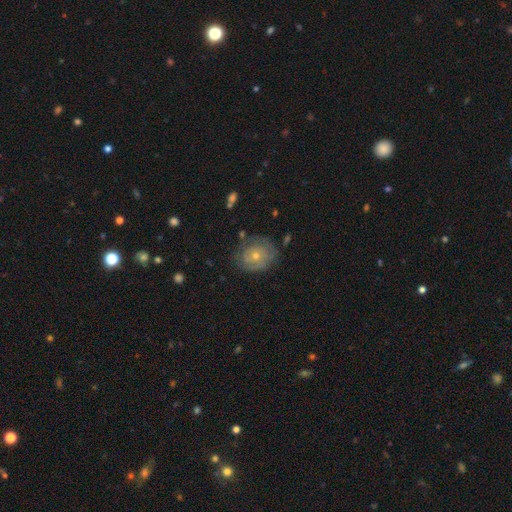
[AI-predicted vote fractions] smooth-or-featured: featured or disk: 55% | smooth: 33% | star or artifact: 11%
  disk-edge-on: no: 96% | yes: 4%
    bar: no: 85% | weak: 12% | strong: 2%
    has-spiral-arms: yes: 66% | no: 34%
    bulge-size: small: 50% | moderate: 46% | large: 2% | none: 1% | dominant: 1%
  merging: none: 74% | minor disturbance: 19% | major disturbance: 6% | merger: 2%